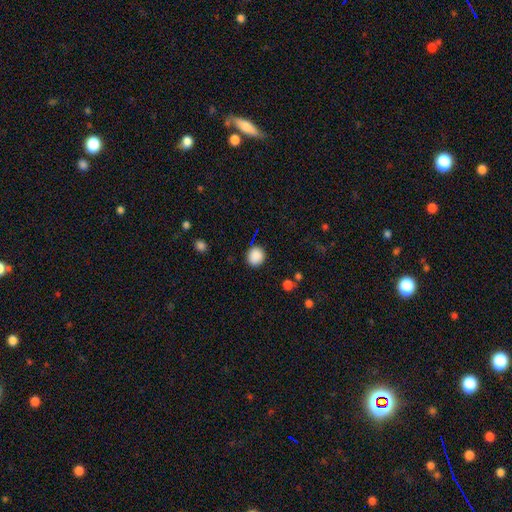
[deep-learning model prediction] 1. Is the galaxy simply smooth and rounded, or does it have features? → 87% smooth, 10% star or artifact, 3% featured or disk.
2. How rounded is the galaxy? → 82% round, 17% in between, 1% cigar-shaped.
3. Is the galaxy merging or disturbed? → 84% none, 11% minor disturbance, 3% major disturbance, 2% merger.